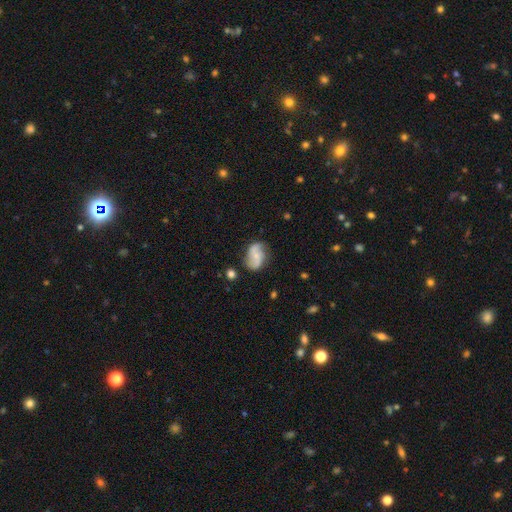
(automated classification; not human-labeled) Overall: featured or disk (66%; smooth 27%). Edge-on disk: no (97%). Bar: no (55%; weak 35%). Spiral arms: yes (91%). Spiral arm count: 2 (88%). Spiral winding: loose (56%; medium 32%). Bulge size: small (60%; moderate 25%). Merging: none (69%).